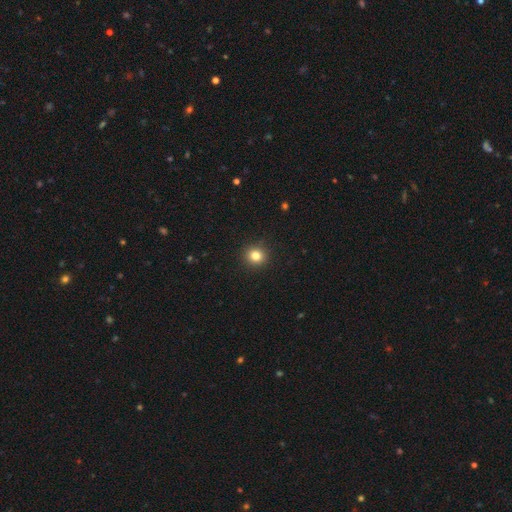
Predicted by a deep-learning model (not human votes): A smooth galaxy with no disk features (82%) that is round (89%). Merging: none (92%).